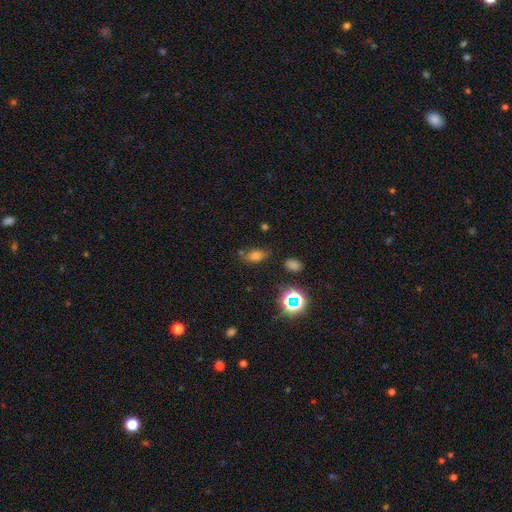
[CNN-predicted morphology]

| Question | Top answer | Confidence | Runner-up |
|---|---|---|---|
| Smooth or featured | smooth | 69% | star or artifact (20%) |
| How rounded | in between | 83% | round (11%) |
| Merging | none | 69% | minor disturbance (19%) |